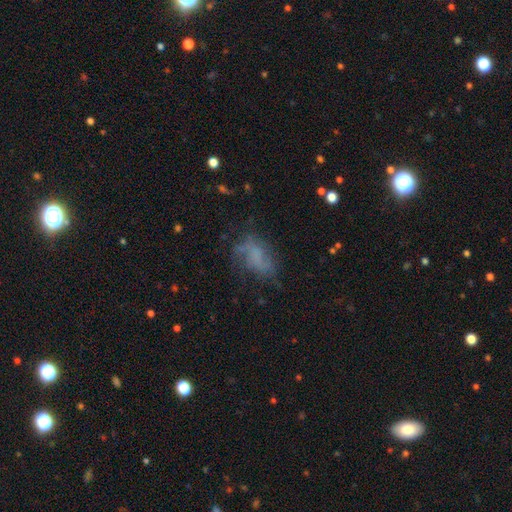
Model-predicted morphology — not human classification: This appears to be a smooth galaxy with no disk features (46%). Merging: none (50%).